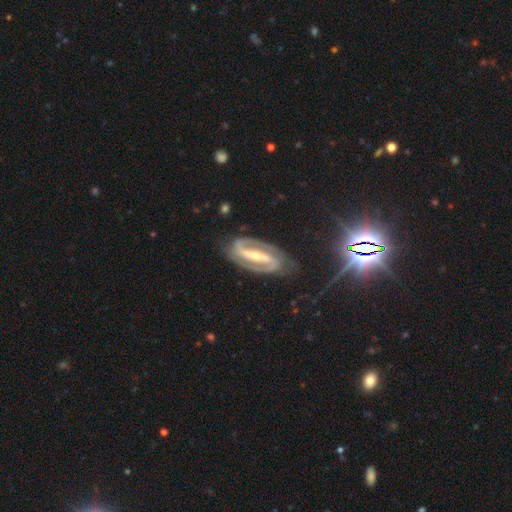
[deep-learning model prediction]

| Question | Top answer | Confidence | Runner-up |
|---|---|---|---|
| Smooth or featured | featured or disk | 90% | star or artifact (5%) |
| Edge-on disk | no | 96% | yes (4%) |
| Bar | strong | 74% | weak (18%) |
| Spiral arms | yes | 97% | no (3%) |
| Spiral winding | medium | 46% | tight (41%) |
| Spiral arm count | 2 | 93% | can't tell (2%) |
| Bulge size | small | 55% | moderate (39%) |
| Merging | none | 83% | minor disturbance (12%) |